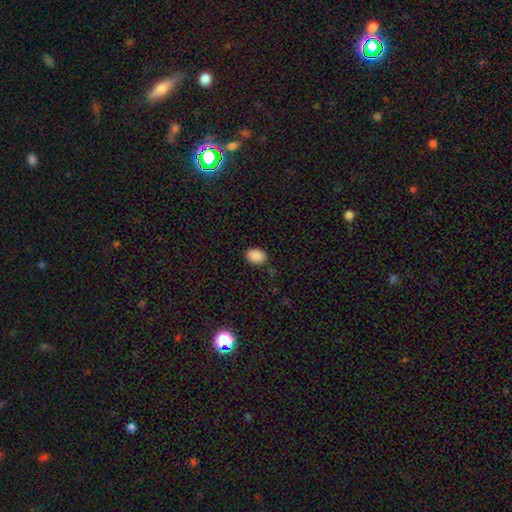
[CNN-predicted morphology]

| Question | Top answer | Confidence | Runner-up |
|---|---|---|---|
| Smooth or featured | smooth | 89% | star or artifact (9%) |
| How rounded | in between | 78% | round (22%) |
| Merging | none | 85% | minor disturbance (11%) |